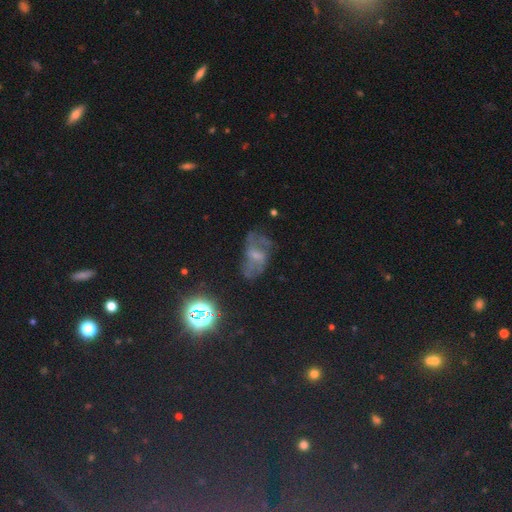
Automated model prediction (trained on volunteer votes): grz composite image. It shows a featured or disk galaxy (52%). Merging: none (46%).